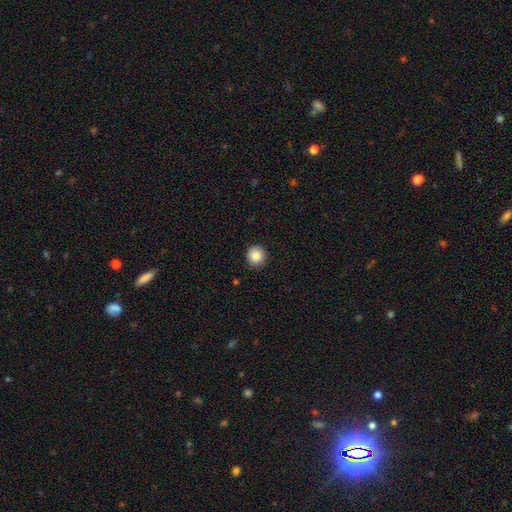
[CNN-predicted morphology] Q: Smooth or featured?
A: smooth (86%); runner-up: star or artifact (9%)
Q: How rounded?
A: round (94%); runner-up: in between (5%)
Q: Merging?
A: none (92%); runner-up: minor disturbance (6%)